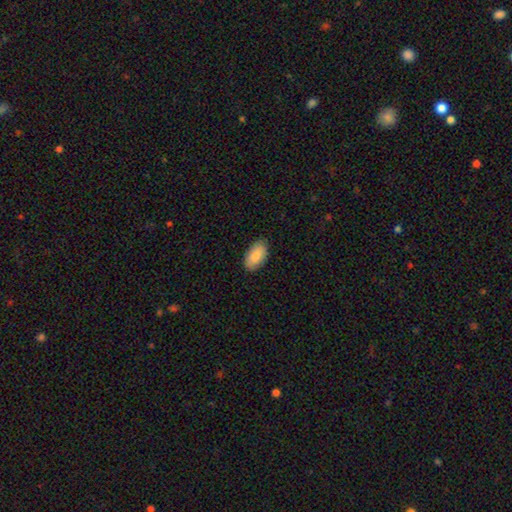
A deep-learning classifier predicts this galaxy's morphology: Smooth or featured? smooth (86%)
How rounded? in between (95%)
Merging? none (86%)